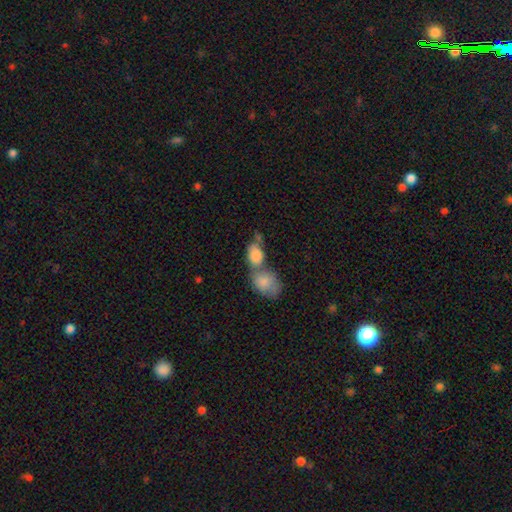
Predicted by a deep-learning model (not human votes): smooth-or-featured: smooth: 82% | featured or disk: 12% | star or artifact: 7%
  how-rounded: in between: 76% | round: 20% | cigar-shaped: 3%
  merging: merger: 70% | none: 18% | minor disturbance: 7% | major disturbance: 5%